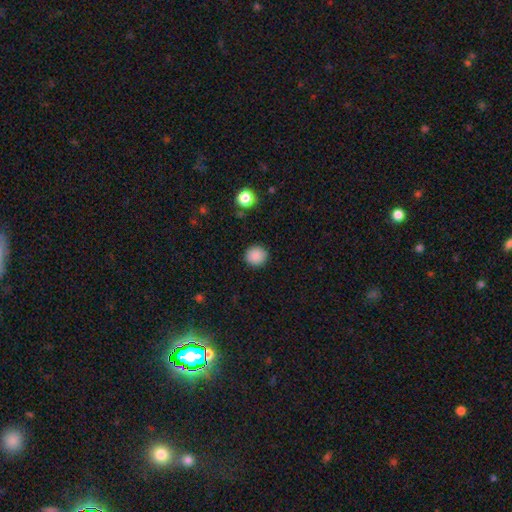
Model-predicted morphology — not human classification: Smooth or featured?
  - smooth: 88% *
  - star or artifact: 9%
  - featured or disk: 3%
How rounded?
  - round: 92% *
  - in between: 7%
  - cigar-shaped: 1%
Merging?
  - none: 91% *
  - minor disturbance: 6%
  - major disturbance: 2%
  - merger: 1%